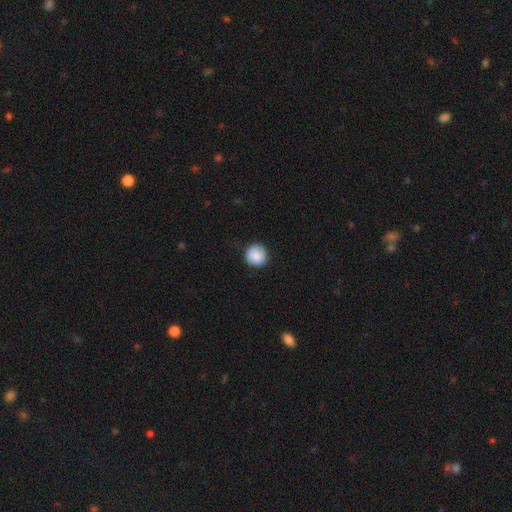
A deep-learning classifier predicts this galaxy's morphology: Q: Smooth or featured?
A: smooth (87%); runner-up: star or artifact (8%)
Q: How rounded?
A: round (93%); runner-up: in between (6%)
Q: Merging?
A: none (86%); runner-up: minor disturbance (11%)